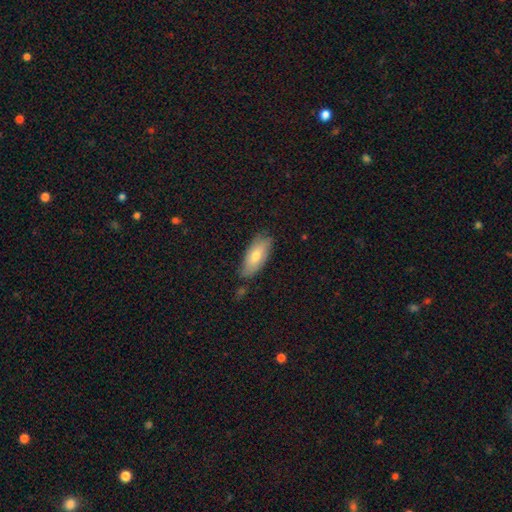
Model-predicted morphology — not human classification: Smooth or featured? smooth (71%)
How rounded? in between (82%)
Merging? none (75%)